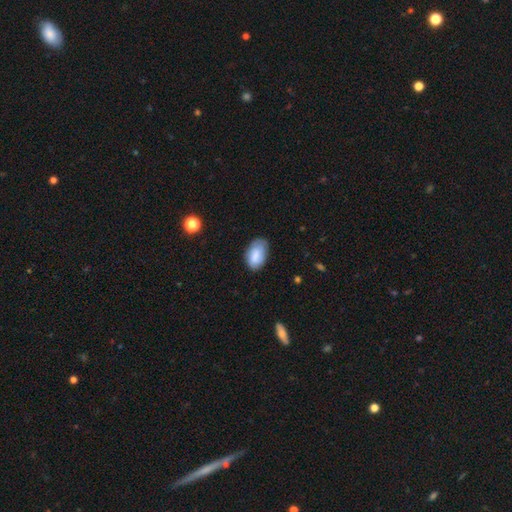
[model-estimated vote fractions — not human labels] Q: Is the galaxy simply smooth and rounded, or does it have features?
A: smooth — 76%.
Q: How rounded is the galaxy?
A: in between — 92%.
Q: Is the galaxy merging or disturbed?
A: none — 62%.